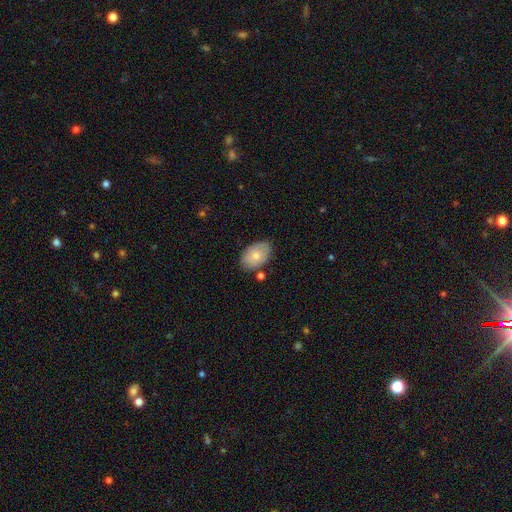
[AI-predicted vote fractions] smooth-or-featured: smooth: 72% | featured or disk: 21% | star or artifact: 6%
  how-rounded: in between: 89% | round: 10% | cigar-shaped: 1%
  merging: none: 76% | minor disturbance: 16% | merger: 5% | major disturbance: 3%